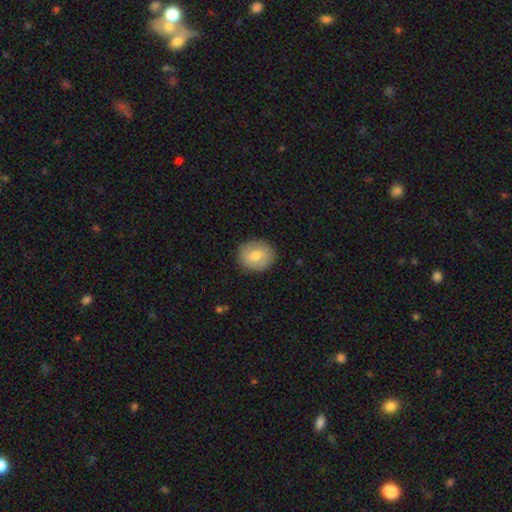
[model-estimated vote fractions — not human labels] Smooth or featured: smooth — 65% (featured or disk — 27%)
How rounded: round — 73% (in between — 26%)
Merging: none — 88% (minor disturbance — 9%)